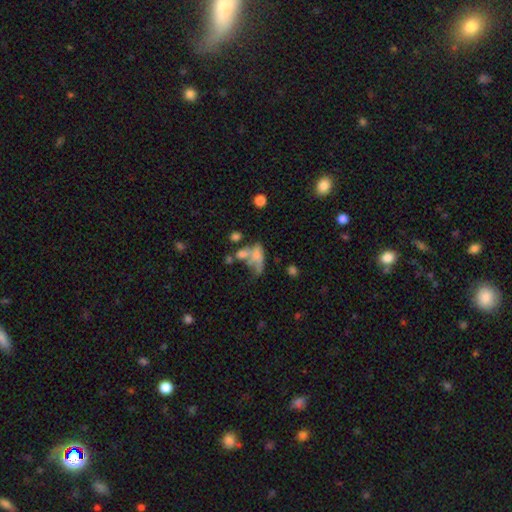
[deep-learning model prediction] smooth 53%, featured or disk 34%, star or artifact 13%. Down the decision tree: how rounded — in between (79%); merging — merger (40%).